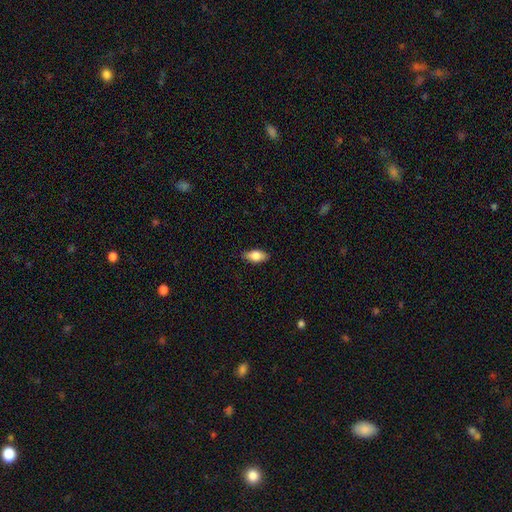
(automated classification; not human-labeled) A smooth galaxy with no disk features (78%) that is in between round and cigar-shaped (86%). Merging: none (86%).